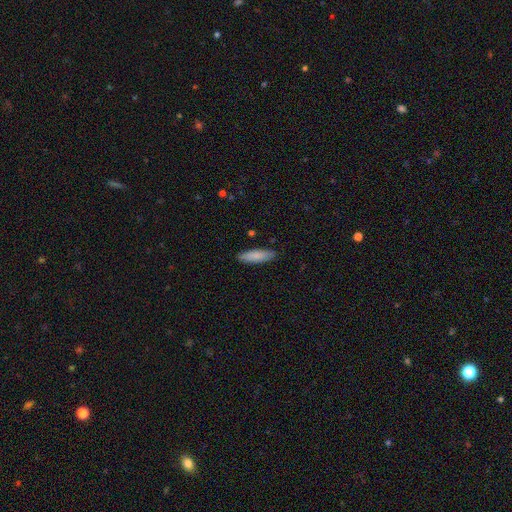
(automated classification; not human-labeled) Smooth or featured? smooth (83%)
How rounded? cigar-shaped (55%)
Merging? none (87%)